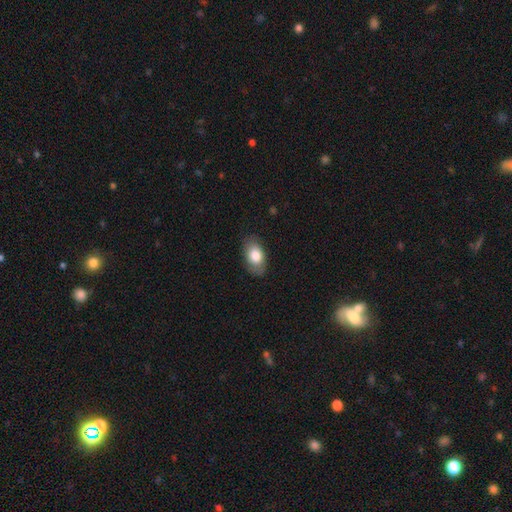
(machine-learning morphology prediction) This appears to be a smooth galaxy with no disk features (78%) that is in between round and cigar-shaped (91%). Merging: none (79%).